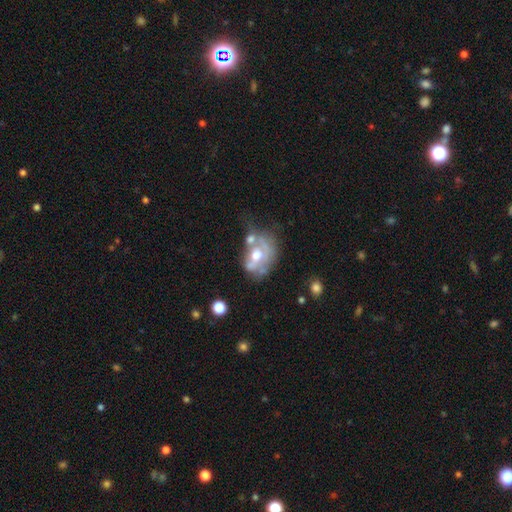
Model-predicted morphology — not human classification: Smooth or featured? featured or disk (61%)
Edge-on disk? no (96%)
Bar? no (79%)
Spiral arms? no (73%)
Bulge size? moderate (66%)
Merging? major disturbance (28%, tied with merger)